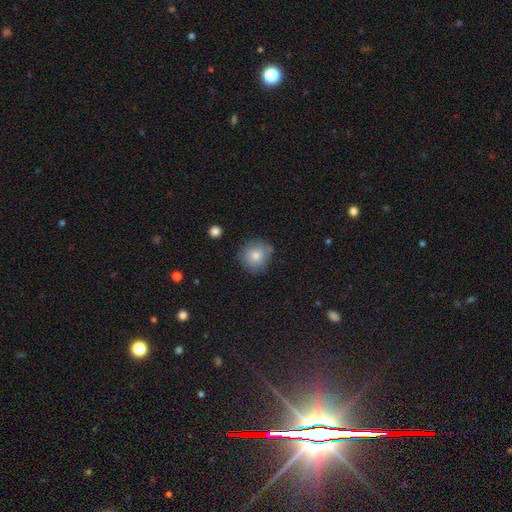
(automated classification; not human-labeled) smooth-or-featured: smooth: 79% | featured or disk: 12% | star or artifact: 9%
  how-rounded: round: 89% | in between: 10% | cigar-shaped: 1%
  merging: none: 77% | minor disturbance: 17% | major disturbance: 4% | merger: 2%